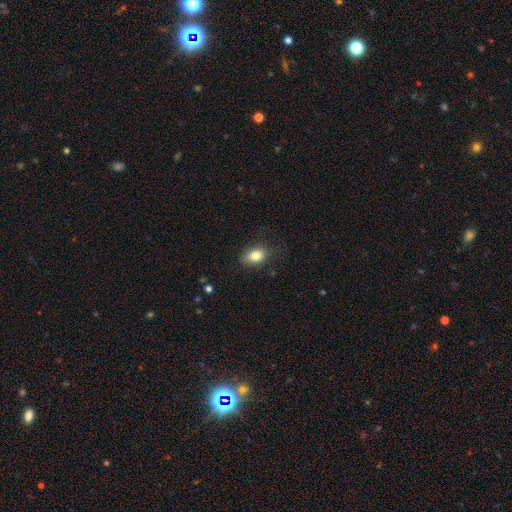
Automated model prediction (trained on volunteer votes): smooth_or_featured: smooth (p=0.81) [alt: featured or disk p=0.09]
how_rounded: in between (p=0.78) [alt: round p=0.20]
merging: none (p=0.77) [alt: minor disturbance p=0.17]